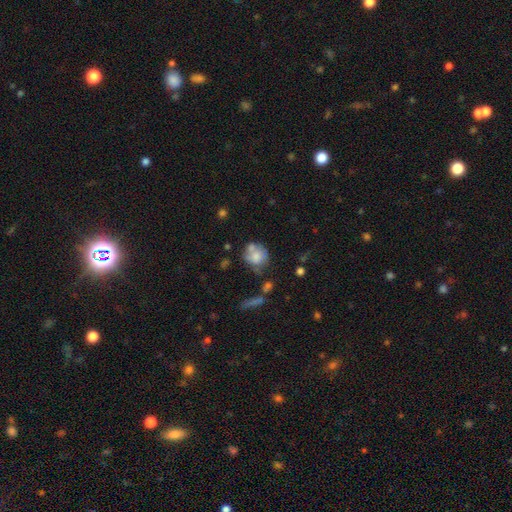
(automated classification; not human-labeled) Smooth or featured: smooth — 62% (featured or disk — 28%)
How rounded: round — 65% (in between — 34%)
Merging: none — 38% (minor disturbance — 23%)